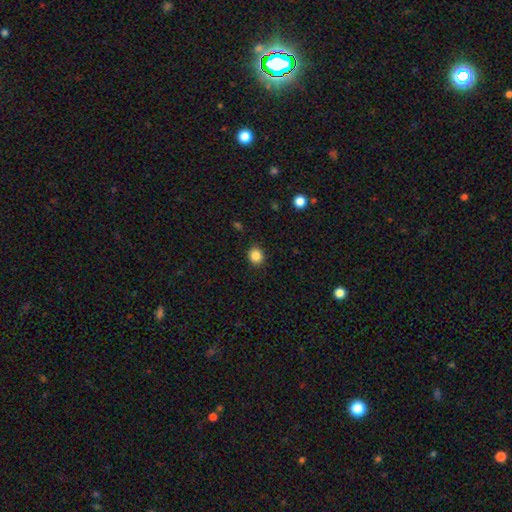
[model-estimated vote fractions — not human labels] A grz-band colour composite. It shows a smooth galaxy with no disk features (86%) that is round (75%). Merging: none (90%).